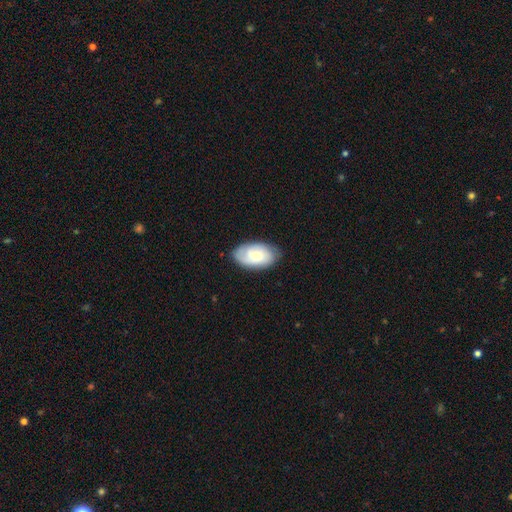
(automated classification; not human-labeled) The model was most divided on "smooth or featured": smooth: 55%, featured or disk: 38%, star or artifact: 6%. More confident: how rounded — in between (93%); merging — none (79%).